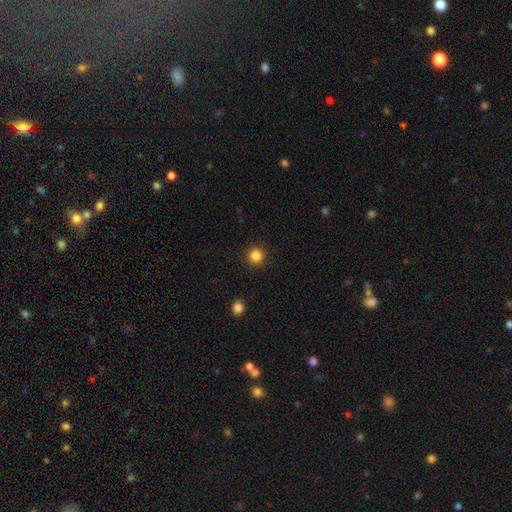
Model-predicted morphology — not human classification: Smooth or featured?
  - smooth: 85% *
  - star or artifact: 12%
  - featured or disk: 4%
How rounded?
  - round: 94% *
  - in between: 5%
  - cigar-shaped: 1%
Merging?
  - none: 92% *
  - minor disturbance: 5%
  - major disturbance: 2%
  - merger: 1%